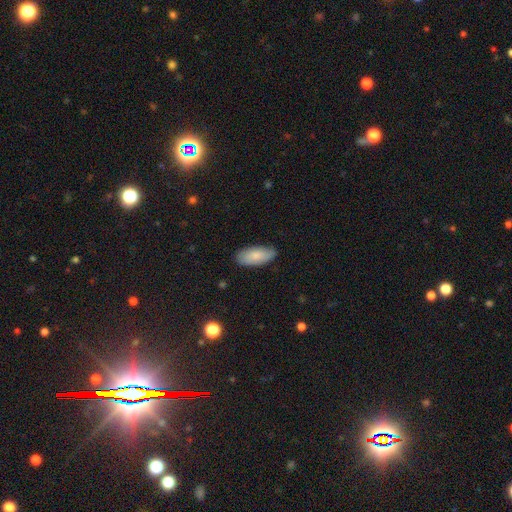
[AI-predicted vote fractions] The model was most divided on "smooth or featured": smooth: 81%, featured or disk: 13%, star or artifact: 6%. More confident: how rounded — in between (90%); merging — none (83%).